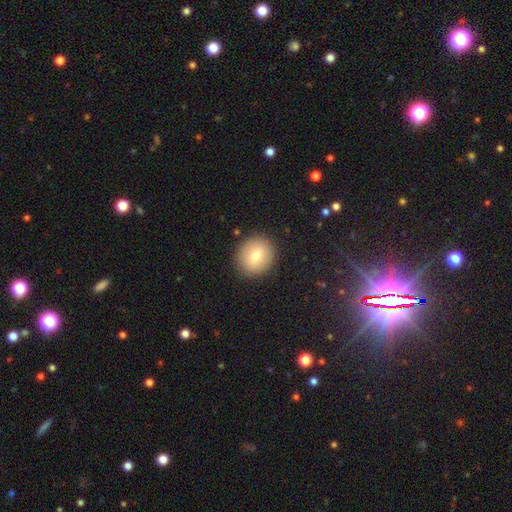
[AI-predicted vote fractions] Smooth or featured? smooth (74%)
How rounded? round (86%)
Merging? none (90%)